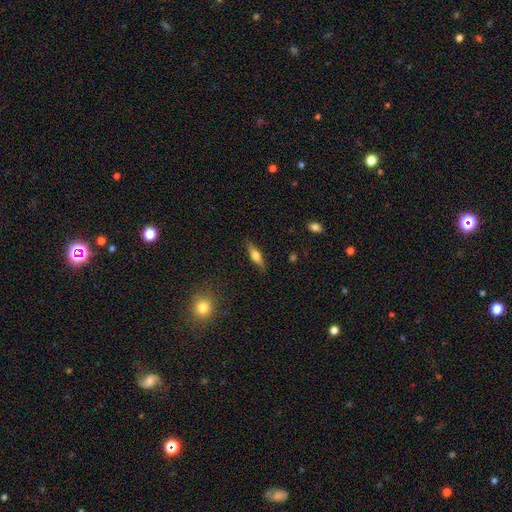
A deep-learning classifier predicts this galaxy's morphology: Smooth or featured? smooth (49%)
Merging? none (86%)